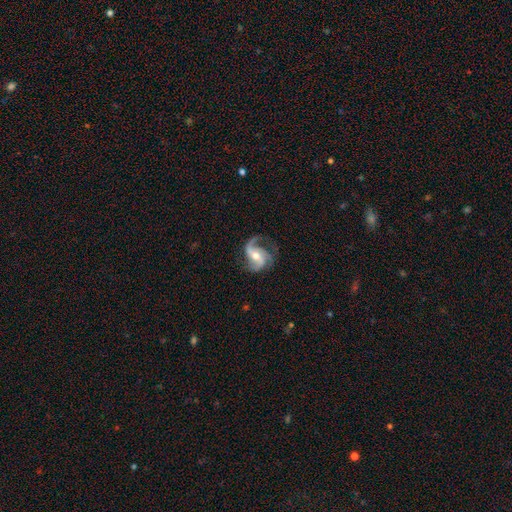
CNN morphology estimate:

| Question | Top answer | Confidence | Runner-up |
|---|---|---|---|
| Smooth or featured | featured or disk | 89% | smooth (6%) |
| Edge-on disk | no | 98% | yes (2%) |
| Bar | weak | 38% | no (37%) |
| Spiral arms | yes | 97% | no (3%) |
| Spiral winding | medium | 46% | loose (39%) |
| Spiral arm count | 2 | 47% | 3 (35%) |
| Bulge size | moderate | 66% | small (29%) |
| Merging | none | 63% | minor disturbance (20%) |